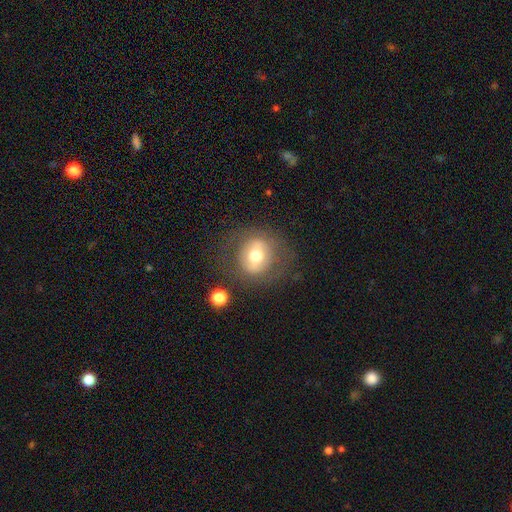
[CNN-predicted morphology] Overall: smooth (55%; featured or disk 35%). How rounded: round (84%). Merging: none (75%).